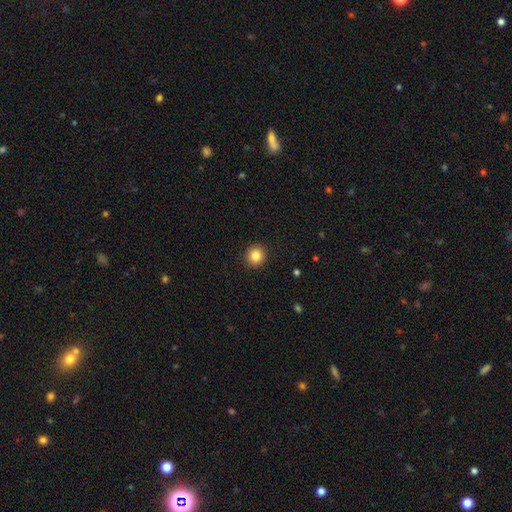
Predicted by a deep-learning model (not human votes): A smooth galaxy with no disk features (83%) that is round (93%). Merging: none (92%).